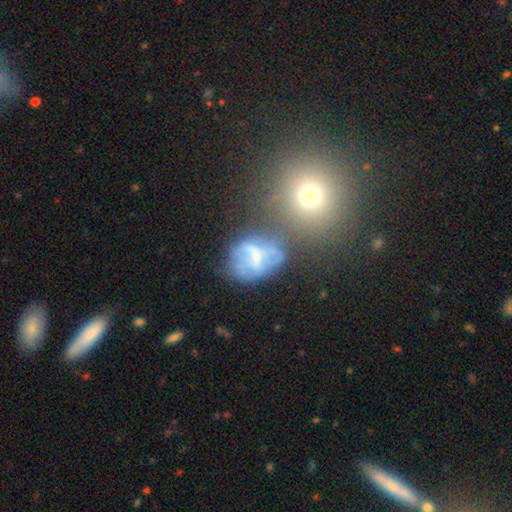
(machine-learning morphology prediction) The model was most divided on "spiral arms": no: 53%, yes: 47%. Remaining: edge-on disk — no (96%); smooth or featured — featured or disk (53%); bar — no (50%); bulge size — small (44%); merging — none (35%).